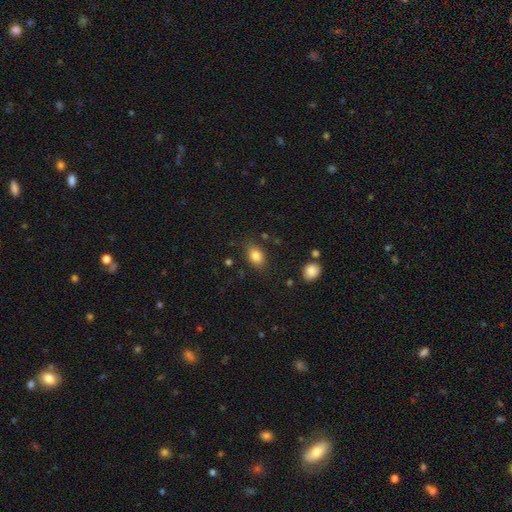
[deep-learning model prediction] smooth-or-featured: smooth: 83% | star or artifact: 9% | featured or disk: 8%
  how-rounded: in between: 80% | round: 18% | cigar-shaped: 2%
  merging: none: 79% | minor disturbance: 15% | major disturbance: 4% | merger: 2%